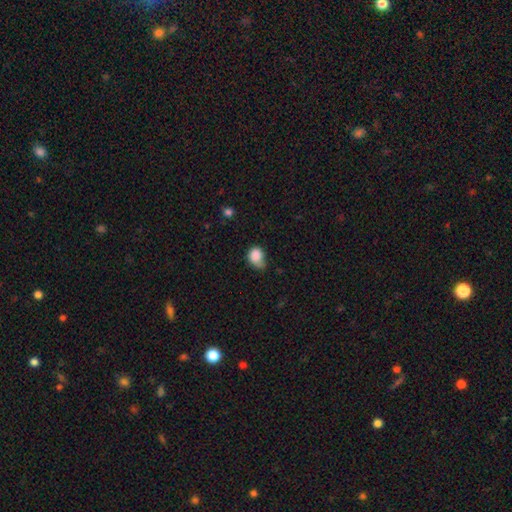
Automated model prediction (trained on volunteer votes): Overall: smooth (85%). How rounded: round (52%; in between 47%). Merging: minor disturbance (46%; none 36%).